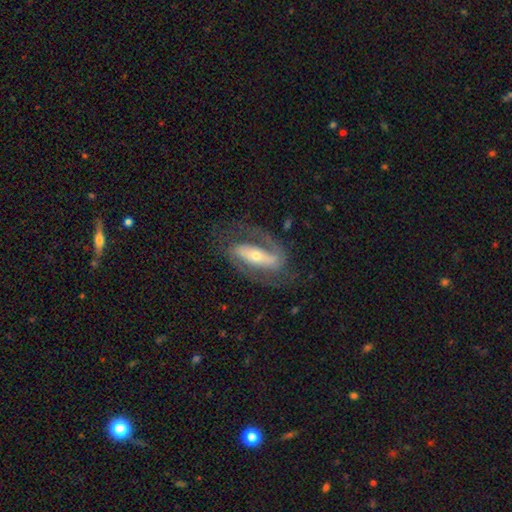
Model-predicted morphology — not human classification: featured or disk 84%, smooth 10%, star or artifact 5%. Down the decision tree: edge-on disk — no (92%); bar — strong (58%); spiral arms — yes (91%); spiral arm count — 2 (87%); spiral winding — medium (49%); bulge size — small (55%); merging — none (73%).